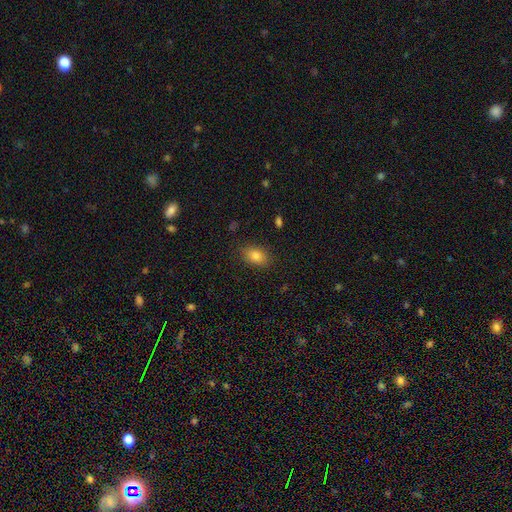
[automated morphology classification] type=smooth (82%); roundness=in between (82%); merging=none (86%).